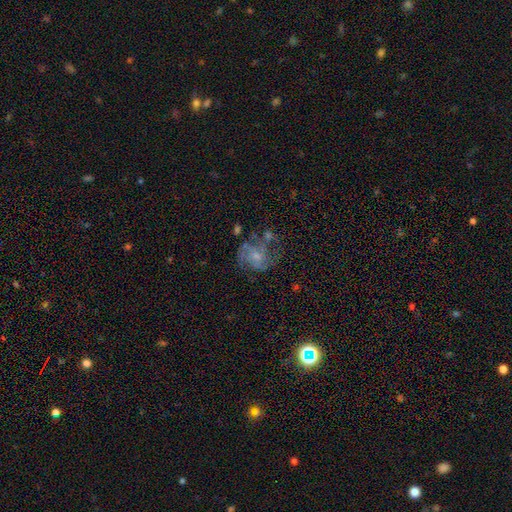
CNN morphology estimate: The model was most divided on "merging": none: 42%, major disturbance: 29%, minor disturbance: 21%, merger: 8%. More confident: edge-on disk — no (98%); spiral arms — yes (72%); bar — no (70%); smooth or featured — featured or disk (65%); bulge size — small (53%).